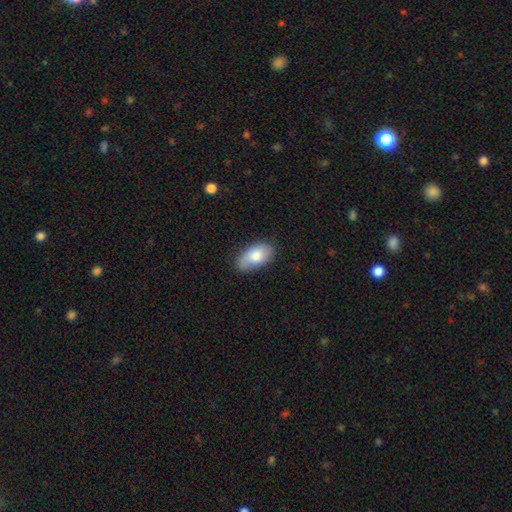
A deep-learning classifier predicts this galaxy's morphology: Q: Smooth or featured?
A: smooth (79%); runner-up: featured or disk (15%)
Q: How rounded?
A: in between (94%); runner-up: round (4%)
Q: Merging?
A: none (74%); runner-up: minor disturbance (20%)